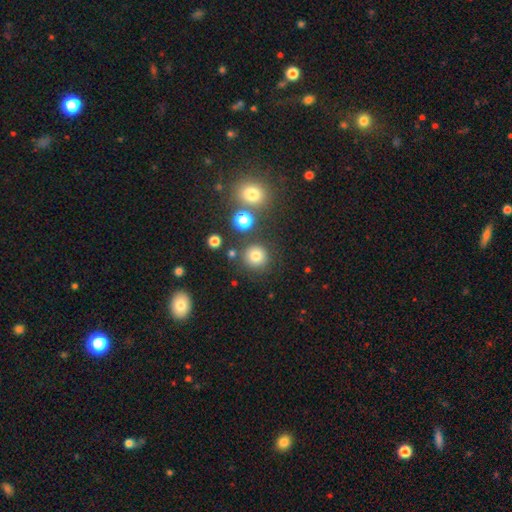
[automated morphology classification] Smooth or featured? smooth (78%)
How rounded? round (93%)
Merging? none (83%)